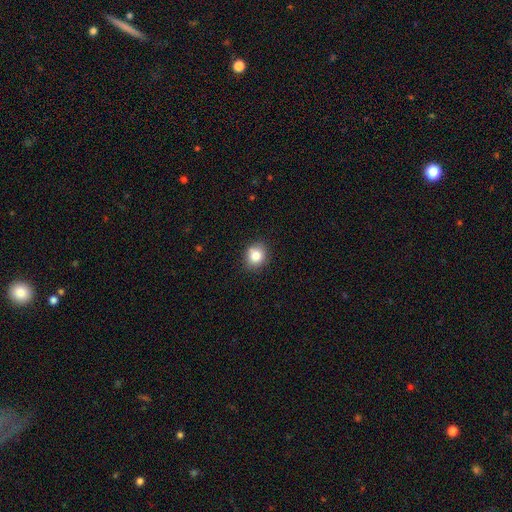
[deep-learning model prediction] Overall: smooth (83%). How rounded: round (78%). Merging: none (85%).